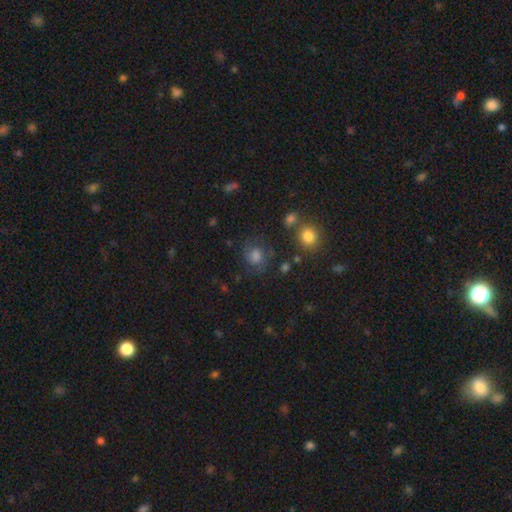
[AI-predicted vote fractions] smooth-or-featured: smooth: 42% | featured or disk: 41% | star or artifact: 17%
  merging: none: 70% | minor disturbance: 17% | major disturbance: 9% | merger: 3%